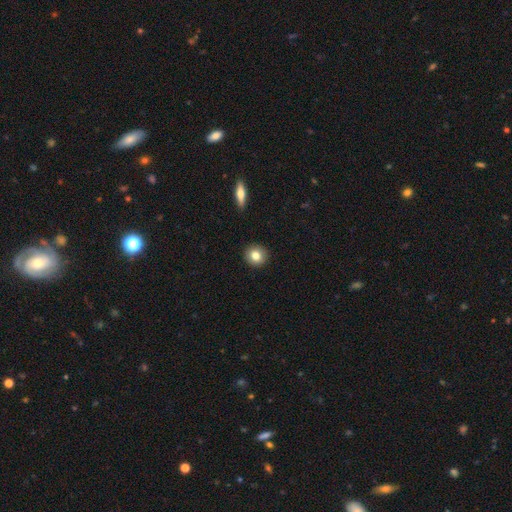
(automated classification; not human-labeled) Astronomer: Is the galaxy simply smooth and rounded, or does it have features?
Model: smooth — 81%.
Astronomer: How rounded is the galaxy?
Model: round — 88%.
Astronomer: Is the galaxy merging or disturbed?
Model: none — 92%.